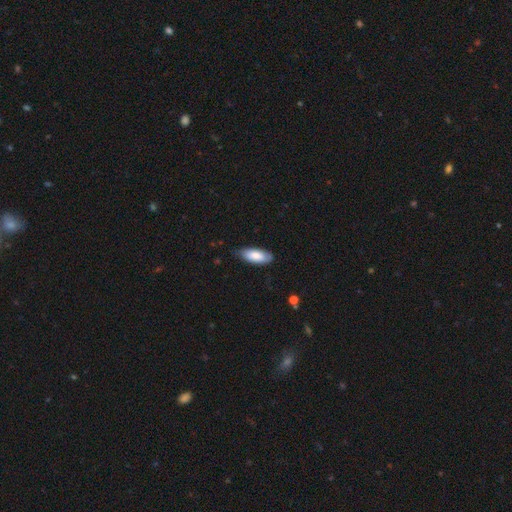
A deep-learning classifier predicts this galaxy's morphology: Smooth or featured? smooth (78%)
How rounded? in between (82%)
Merging? none (71%)